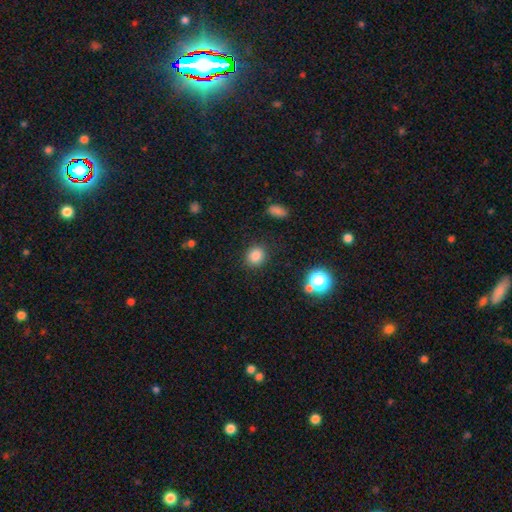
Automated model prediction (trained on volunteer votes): Q: Smooth or featured?
A: smooth (83%); runner-up: star or artifact (12%)
Q: How rounded?
A: round (80%); runner-up: in between (19%)
Q: Merging?
A: none (88%); runner-up: minor disturbance (7%)